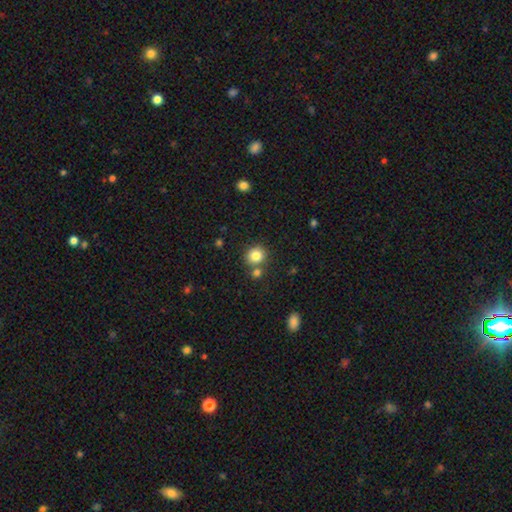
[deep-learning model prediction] Smooth or featured? Predicted: smooth (p=0.83). How rounded? Predicted: round (p=0.87). Merging? Predicted: none (p=0.73).